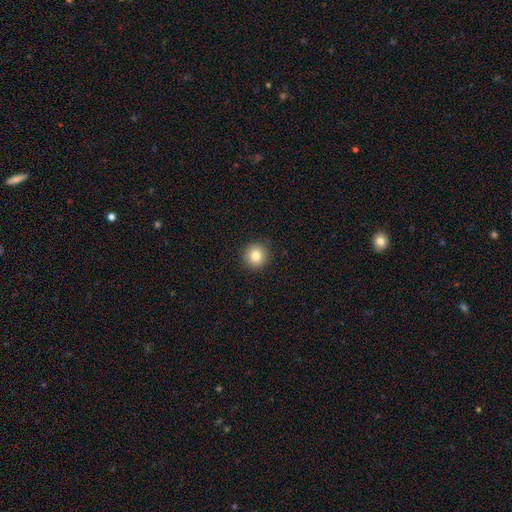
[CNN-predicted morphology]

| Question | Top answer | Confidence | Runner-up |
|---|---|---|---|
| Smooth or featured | smooth | 82% | star or artifact (10%) |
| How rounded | round | 94% | in between (5%) |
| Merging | none | 91% | minor disturbance (6%) |